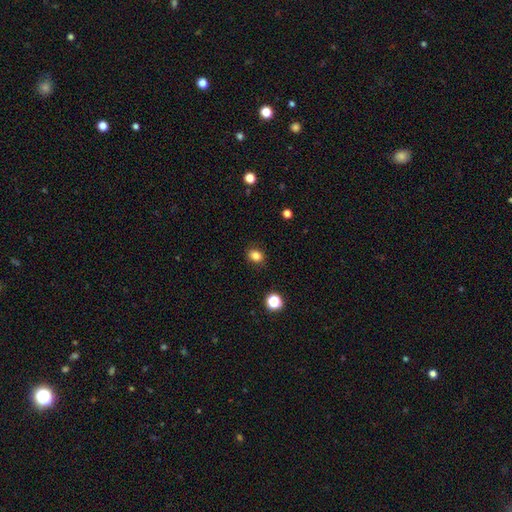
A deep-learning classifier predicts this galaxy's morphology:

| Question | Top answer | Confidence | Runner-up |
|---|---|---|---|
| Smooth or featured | smooth | 83% | star or artifact (12%) |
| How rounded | in between | 50% | round (49%) |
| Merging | none | 88% | minor disturbance (9%) |